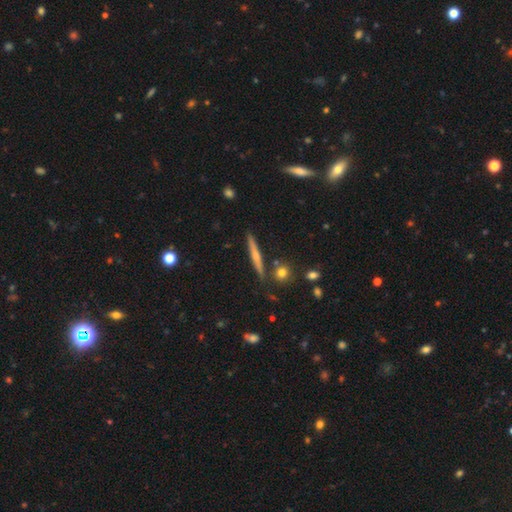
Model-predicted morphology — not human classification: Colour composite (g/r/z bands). It shows a featured or disk galaxy (50%). Merging: none (87%).